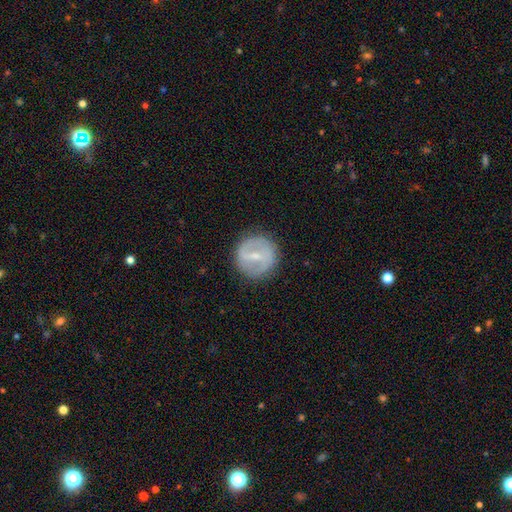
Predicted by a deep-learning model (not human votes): Morphology: type=featured or disk (66%); edge-on=no (95%); bar=strong (52%); spiral arms=yes (54%); bulge=small (57%); merging=none (83%).